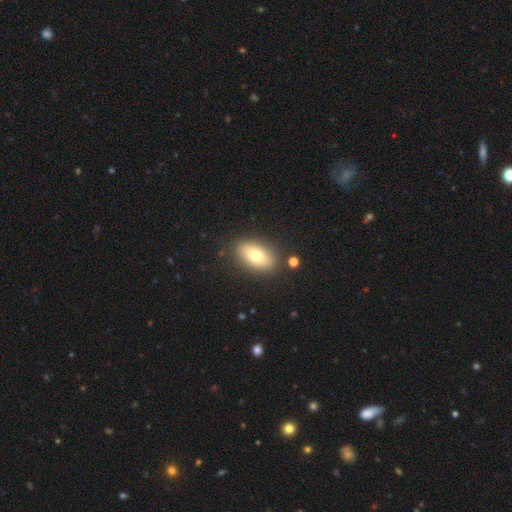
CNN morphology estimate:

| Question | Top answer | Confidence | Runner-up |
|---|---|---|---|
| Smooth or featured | smooth | 75% | featured or disk (17%) |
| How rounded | in between | 90% | round (7%) |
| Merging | none | 85% | minor disturbance (9%) |